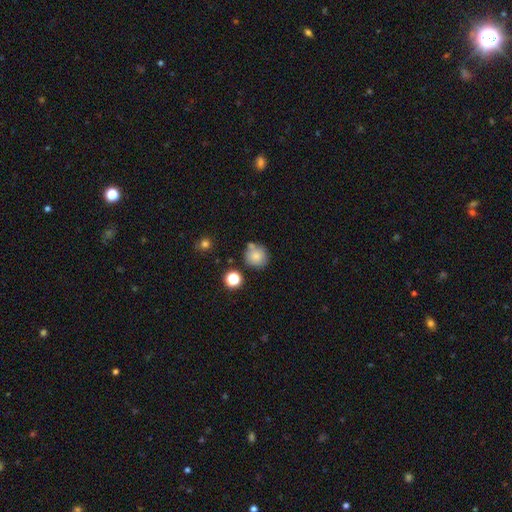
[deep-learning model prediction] Smooth or featured: smooth — 80% (star or artifact — 11%)
How rounded: round — 90% (in between — 9%)
Merging: none — 67% (minor disturbance — 15%)